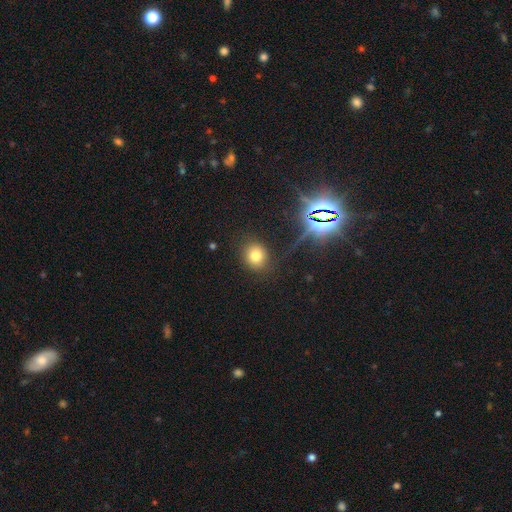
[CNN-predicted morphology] Smooth or featured? Predicted: smooth (p=0.75). How rounded? Predicted: round (p=0.76). Merging? Predicted: none (p=0.84).